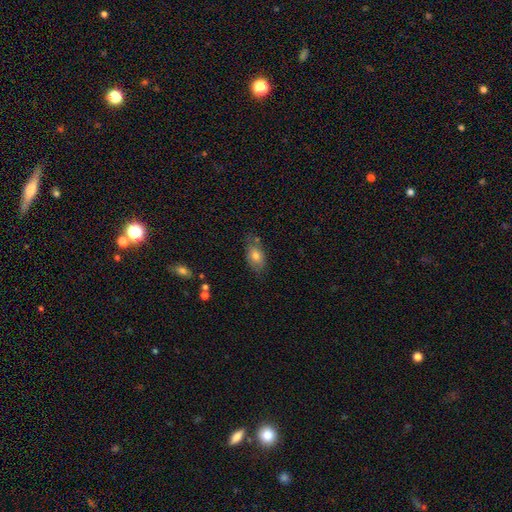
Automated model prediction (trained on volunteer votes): Smooth or featured?
  - smooth: 75% *
  - featured or disk: 18%
  - star or artifact: 8%
How rounded?
  - in between: 89% *
  - round: 7%
  - cigar-shaped: 4%
Merging?
  - none: 64% *
  - minor disturbance: 24%
  - merger: 6%
  - major disturbance: 6%